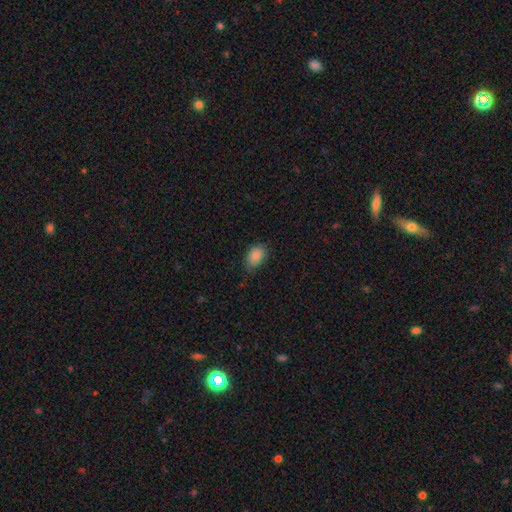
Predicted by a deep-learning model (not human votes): This appears to be a smooth galaxy with no disk features (87%) that is in between round and cigar-shaped (81%). Merging: none (71%).